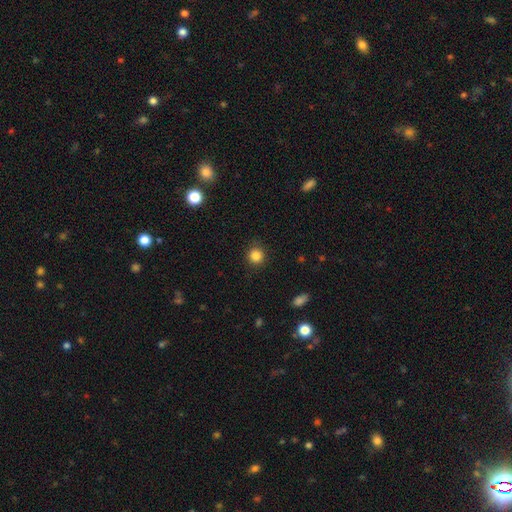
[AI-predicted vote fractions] The model was most divided on "smooth or featured": smooth: 85%, star or artifact: 11%, featured or disk: 4%. More confident: how rounded — round (93%); merging — none (89%).